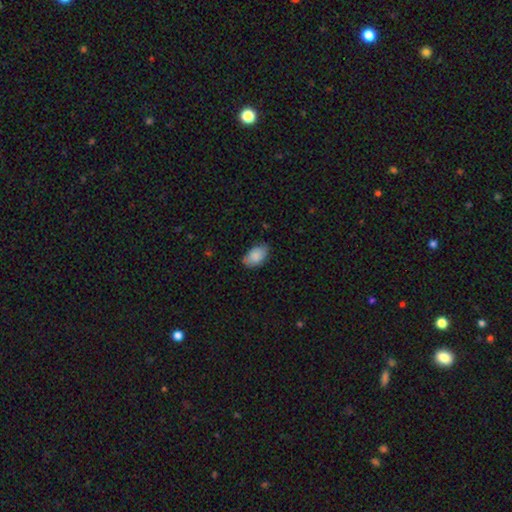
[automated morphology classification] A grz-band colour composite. It shows a smooth galaxy with no disk features (87%) that is in between round and cigar-shaped (93%). Merging: none (76%).